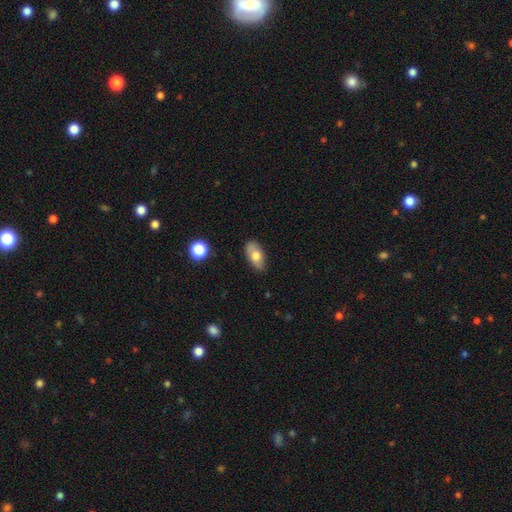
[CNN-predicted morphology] This appears to be a smooth galaxy with no disk features (67%) that is in between round and cigar-shaped (90%). Merging: none (72%).